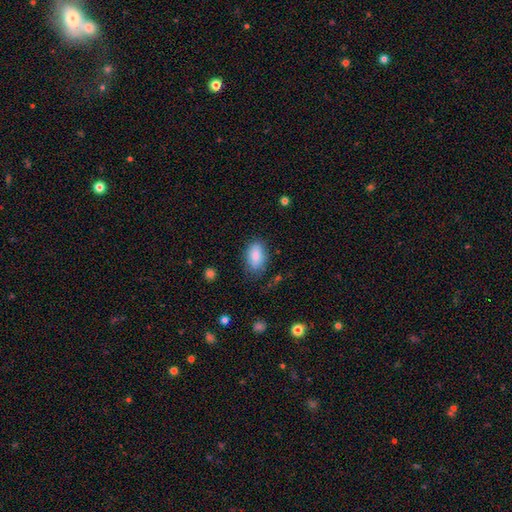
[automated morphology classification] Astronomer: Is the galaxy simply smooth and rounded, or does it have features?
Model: smooth — 86%.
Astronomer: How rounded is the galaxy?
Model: in between — 91%.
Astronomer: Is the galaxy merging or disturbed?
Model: none — 73%.